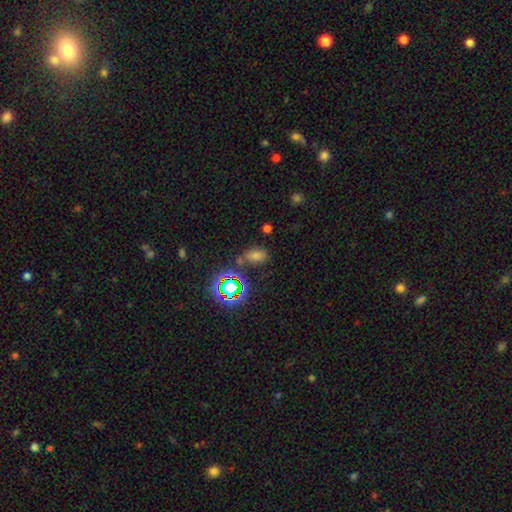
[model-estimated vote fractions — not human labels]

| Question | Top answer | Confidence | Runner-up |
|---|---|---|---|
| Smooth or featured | star or artifact | 46% | smooth (44%) |